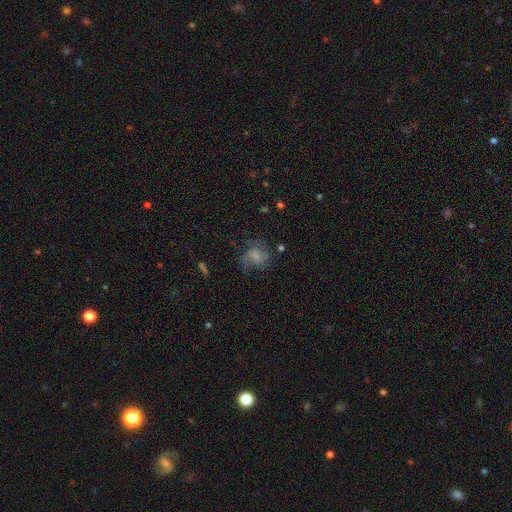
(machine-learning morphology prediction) smooth 54%, featured or disk 34%, star or artifact 13%. Down the decision tree: how rounded — round (57%); merging — none (47%).